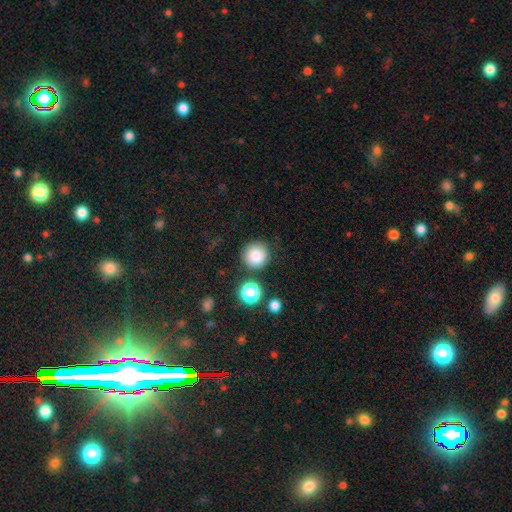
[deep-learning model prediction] smooth 82%, star or artifact 11%, featured or disk 7%. Down the decision tree: how rounded — round (94%); merging — none (84%).